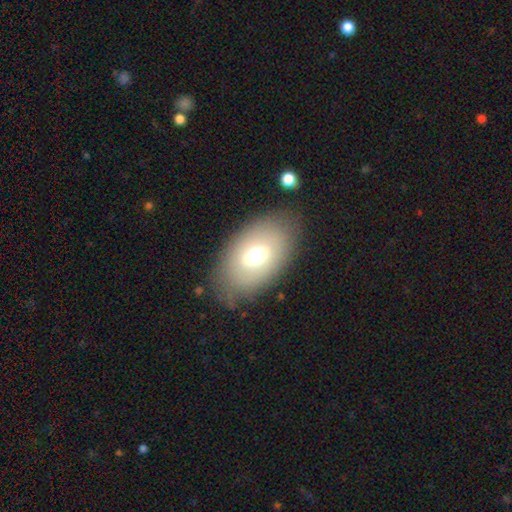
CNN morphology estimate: Smooth or featured: smooth — 59% (featured or disk — 33%)
How rounded: in between — 90% (round — 8%)
Merging: none — 77% (minor disturbance — 14%)